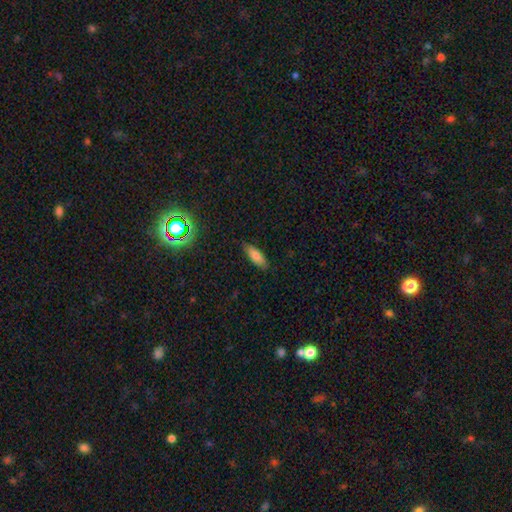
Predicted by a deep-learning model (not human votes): Q: Smooth or featured?
A: smooth (75%); runner-up: featured or disk (16%)
Q: How rounded?
A: in between (61%); runner-up: cigar-shaped (36%)
Q: Merging?
A: none (83%); runner-up: minor disturbance (13%)